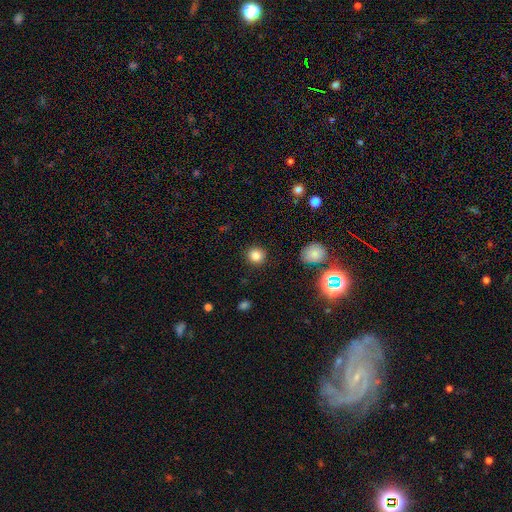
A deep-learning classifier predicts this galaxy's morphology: This is clearly a smooth galaxy (83%). How rounded: clearly round (91%). Merging: clearly none (91%).